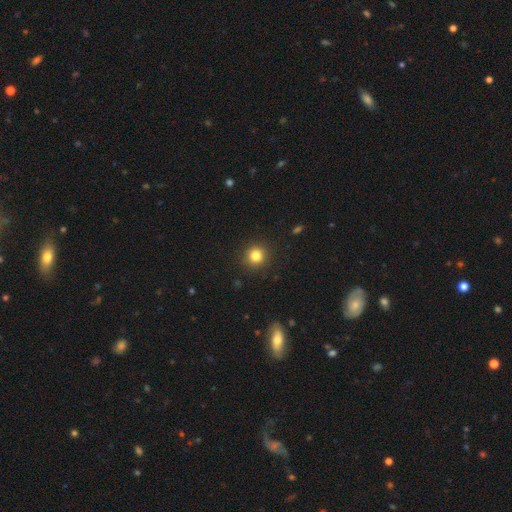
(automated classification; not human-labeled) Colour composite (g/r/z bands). It shows a smooth galaxy with no disk features (82%) that is round (93%). Merging: none (91%).